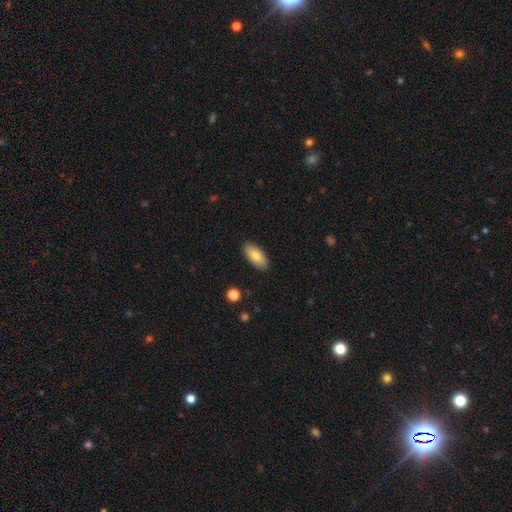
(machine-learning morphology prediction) A smooth galaxy with no disk features (82%) that is in between round and cigar-shaped (88%).

Vote fractions:
- Smooth or featured? smooth: 82% / featured or disk: 12% / star or artifact: 6%
- How rounded? in between: 88% / cigar-shaped: 10% / round: 2%
- Merging? none: 89% / minor disturbance: 8% / major disturbance: 2% / merger: 1%